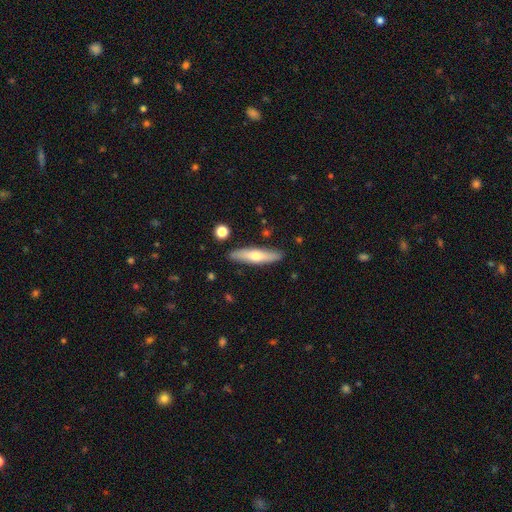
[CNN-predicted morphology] type=smooth (54%); roundness=cigar-shaped (78%); merging=none (88%).